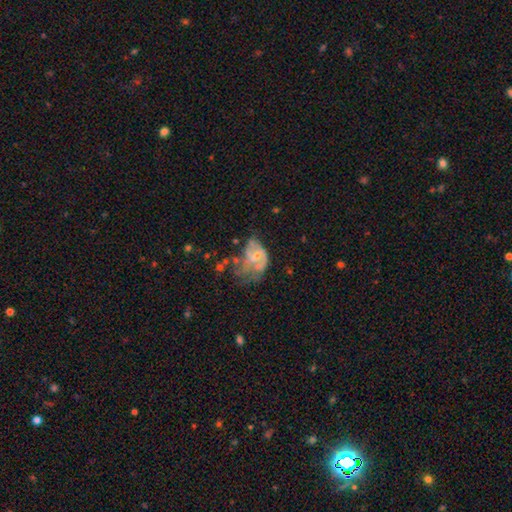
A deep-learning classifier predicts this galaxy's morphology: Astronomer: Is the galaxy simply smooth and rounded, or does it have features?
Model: featured or disk — 60%.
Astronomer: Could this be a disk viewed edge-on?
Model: no — 98%.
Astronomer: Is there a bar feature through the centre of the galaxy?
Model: no — 79%.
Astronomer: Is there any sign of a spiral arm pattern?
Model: no — 60% (runner-up: yes, 40%).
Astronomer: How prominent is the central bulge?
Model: small — 52%.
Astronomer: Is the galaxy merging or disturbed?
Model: major disturbance — 44% (runner-up: minor disturbance, 21%).